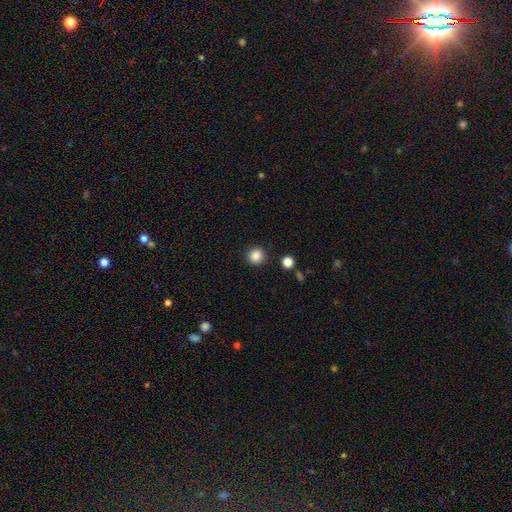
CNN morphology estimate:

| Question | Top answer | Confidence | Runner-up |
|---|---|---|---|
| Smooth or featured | smooth | 87% | star or artifact (10%) |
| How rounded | round | 93% | in between (6%) |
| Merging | none | 90% | minor disturbance (6%) |